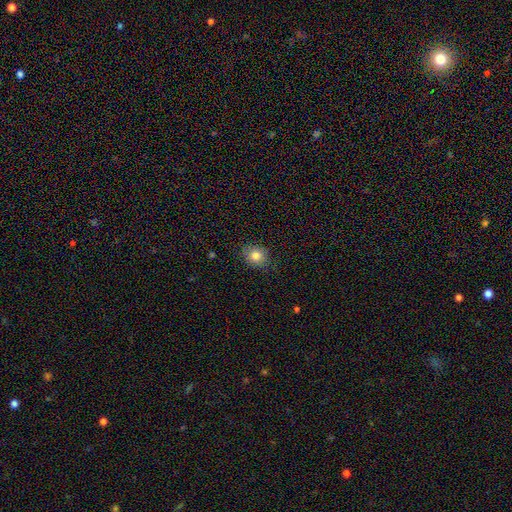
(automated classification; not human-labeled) The model was most divided on "how rounded": round: 66%, in between: 33%, cigar-shaped: 1%. More confident: merging — none (83%); smooth or featured — smooth (83%).